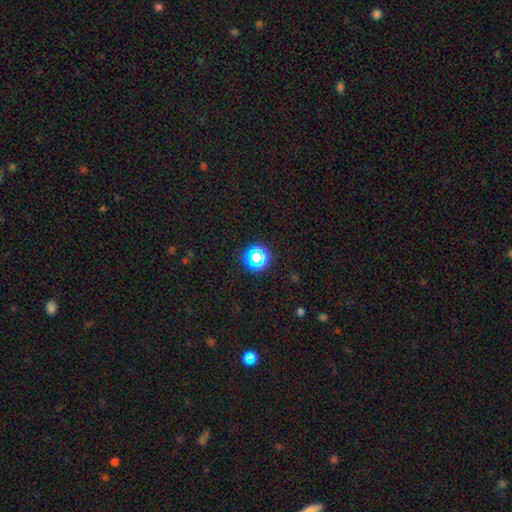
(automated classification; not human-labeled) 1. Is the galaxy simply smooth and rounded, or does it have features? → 63% star or artifact, 27% smooth, 10% featured or disk.